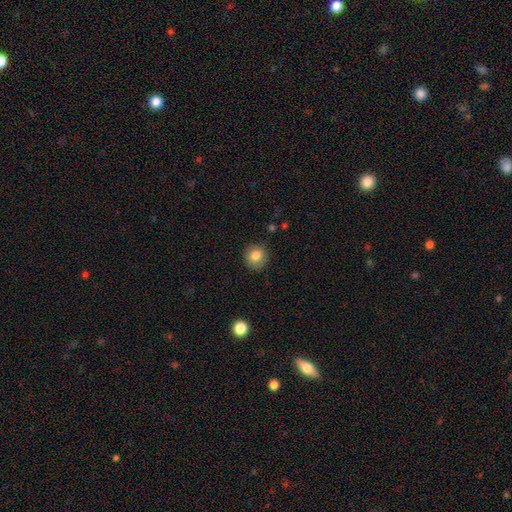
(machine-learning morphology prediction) The model was most divided on "smooth or featured": smooth: 82%, star or artifact: 9%, featured or disk: 9%. More confident: how rounded — round (92%); merging — none (88%).